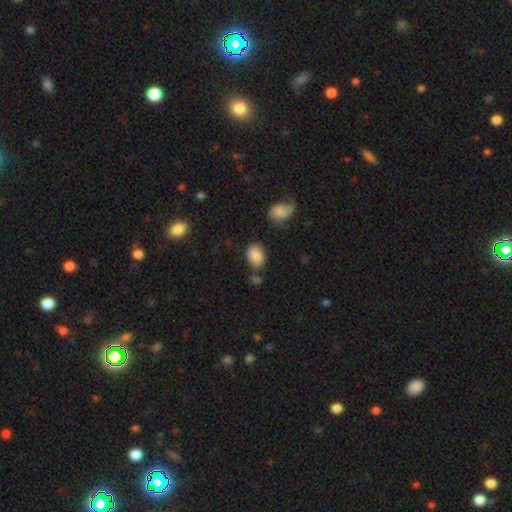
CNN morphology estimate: smooth 82%, featured or disk 10%, star or artifact 8%. Down the decision tree: how rounded — in between (82%); merging — none (64%).